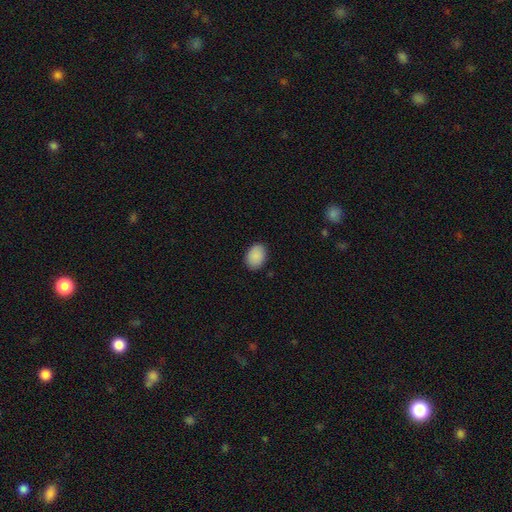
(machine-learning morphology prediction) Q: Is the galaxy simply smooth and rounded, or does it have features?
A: smooth — 90%.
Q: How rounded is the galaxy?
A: in between — 72%.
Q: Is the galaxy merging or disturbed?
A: none — 87%.